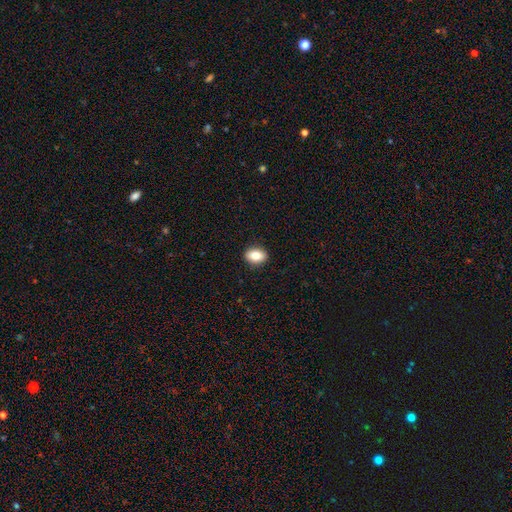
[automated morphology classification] This appears to be a smooth galaxy with no disk features (82%) that is in between round and cigar-shaped (77%). Merging: none (90%).